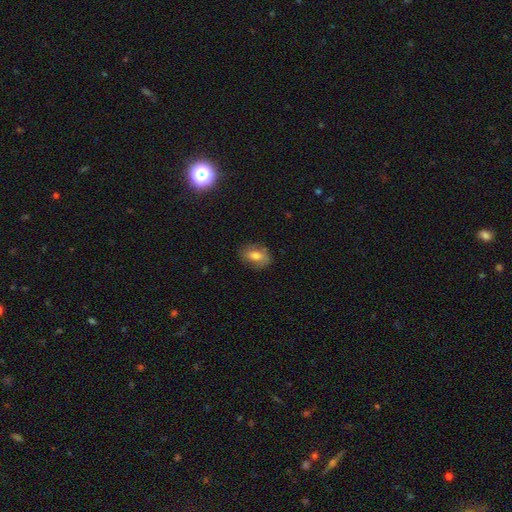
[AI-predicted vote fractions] Q: Smooth or featured?
A: smooth (68%); runner-up: featured or disk (23%)
Q: How rounded?
A: in between (76%); runner-up: round (22%)
Q: Merging?
A: none (75%); runner-up: minor disturbance (18%)